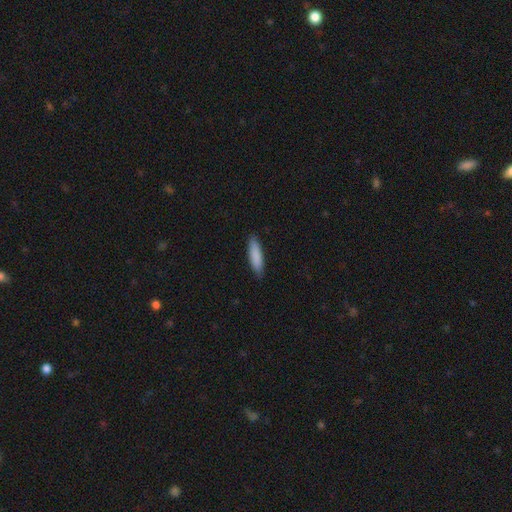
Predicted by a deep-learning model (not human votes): smooth-or-featured: smooth: 87% | featured or disk: 7% | star or artifact: 5%
  how-rounded: cigar-shaped: 66% | in between: 33% | round: 1%
  merging: none: 87% | minor disturbance: 11% | major disturbance: 2% | merger: 1%